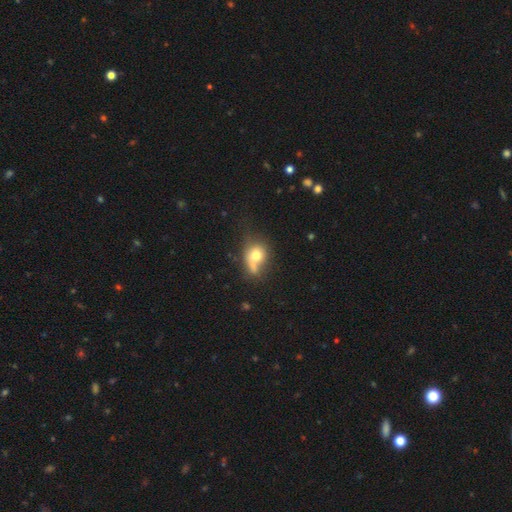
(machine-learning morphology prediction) Smooth or featured?
  - smooth: 71% *
  - featured or disk: 18%
  - star or artifact: 11%
How rounded?
  - round: 57% *
  - in between: 41%
  - cigar-shaped: 2%
Merging?
  - none: 35% *
  - merger: 26%
  - minor disturbance: 22%
  - major disturbance: 17%